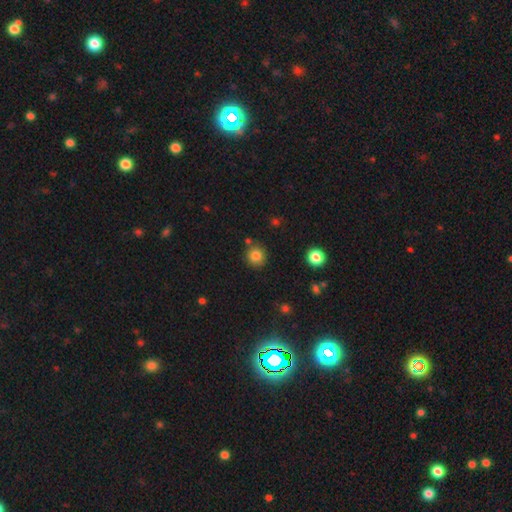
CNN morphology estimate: This is clearly a smooth galaxy (82%). How rounded: clearly round (91%). Merging: clearly none (82%).